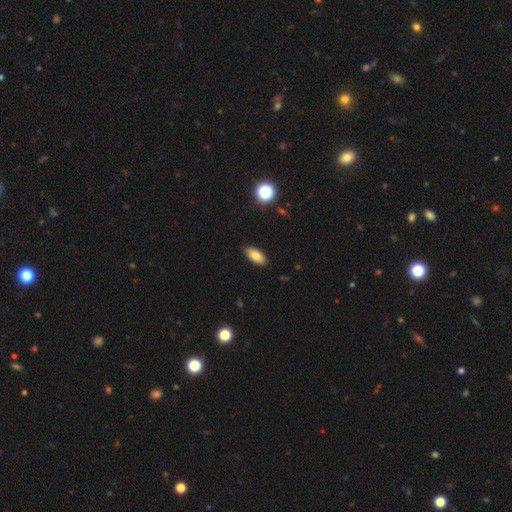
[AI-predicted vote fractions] smooth_or_featured: smooth (p=0.82) [alt: featured or disk p=0.09]
how_rounded: in between (p=0.88) [alt: cigar-shaped p=0.10]
merging: none (p=0.88) [alt: minor disturbance p=0.09]